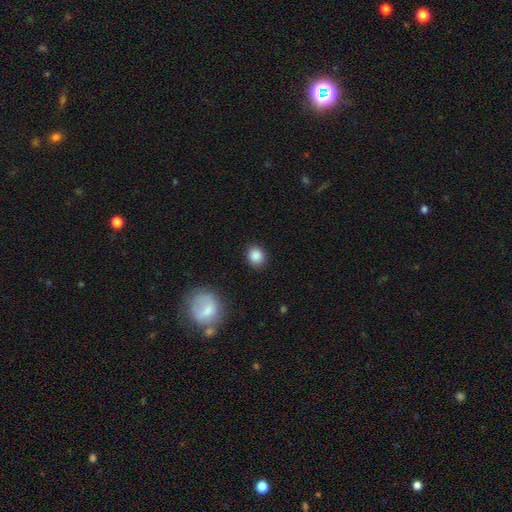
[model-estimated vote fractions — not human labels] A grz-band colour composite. It shows a smooth galaxy with no disk features (87%) that is round (75%). Merging: none (88%).